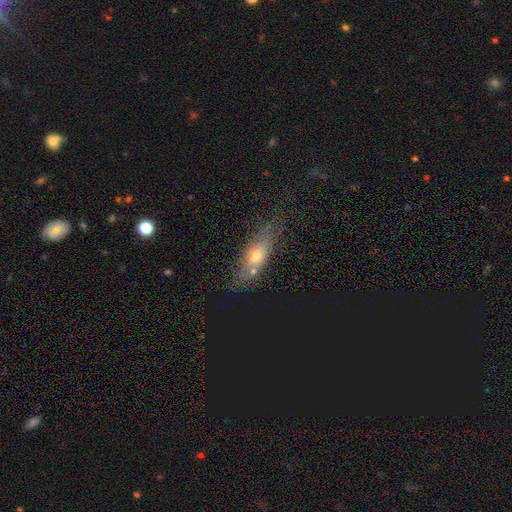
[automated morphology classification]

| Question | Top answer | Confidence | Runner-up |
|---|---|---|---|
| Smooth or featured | smooth | 50% | featured or disk (36%) |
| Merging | none | 68% | minor disturbance (19%) |